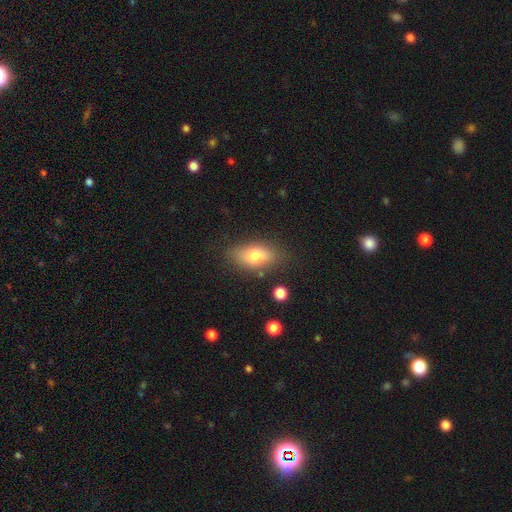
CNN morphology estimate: This is likely a smooth galaxy (74%). How rounded: clearly in between (87%). Merging: likely none (77%).